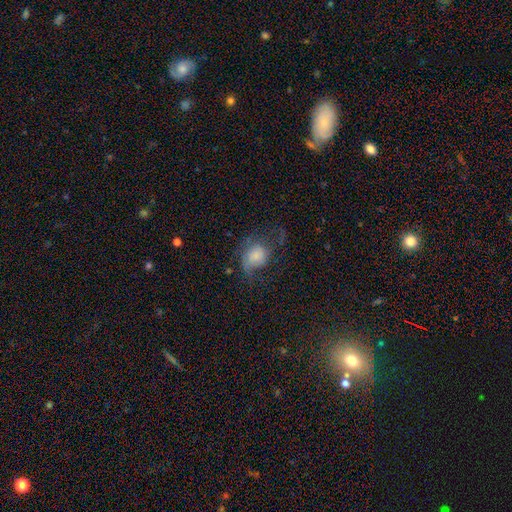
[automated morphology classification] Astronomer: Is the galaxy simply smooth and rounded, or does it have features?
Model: smooth — 53% (runner-up: featured or disk, 37%).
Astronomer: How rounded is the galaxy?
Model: in between — 54% (runner-up: round, 45%).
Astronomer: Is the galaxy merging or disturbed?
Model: major disturbance — 41% (runner-up: none, 33%).